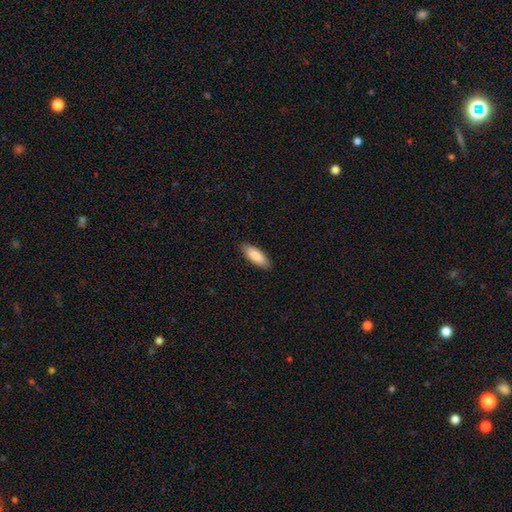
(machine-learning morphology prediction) This is clearly a smooth galaxy (86%). How rounded: likely in between (70%). Merging: clearly none (89%).